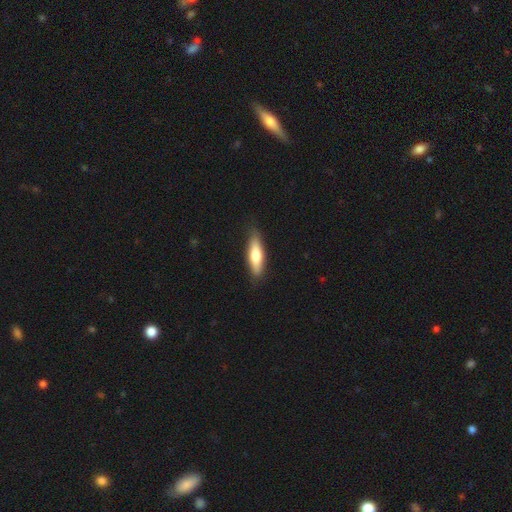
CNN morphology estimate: type=smooth (69%); roundness=cigar-shaped (63%); merging=none (85%).